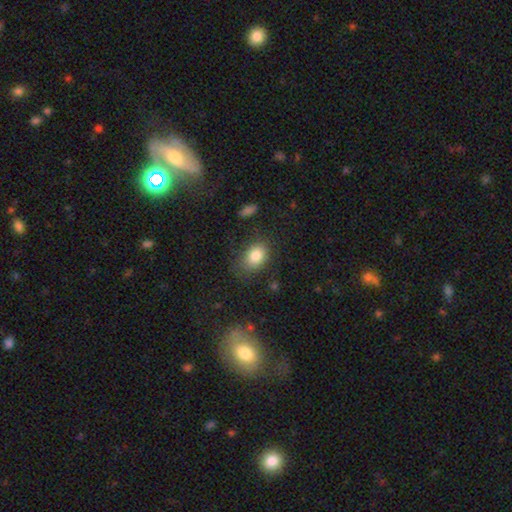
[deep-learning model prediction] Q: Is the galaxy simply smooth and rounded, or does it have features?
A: smooth — 82%.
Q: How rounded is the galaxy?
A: in between — 76%.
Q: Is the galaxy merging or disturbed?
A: none — 72%.